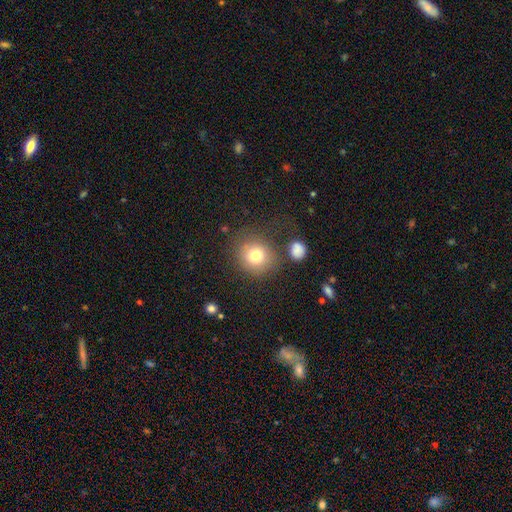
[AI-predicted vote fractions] Smooth or featured? Predicted: smooth (p=0.77). How rounded? Predicted: round (p=0.85). Merging? Predicted: none (p=0.74).